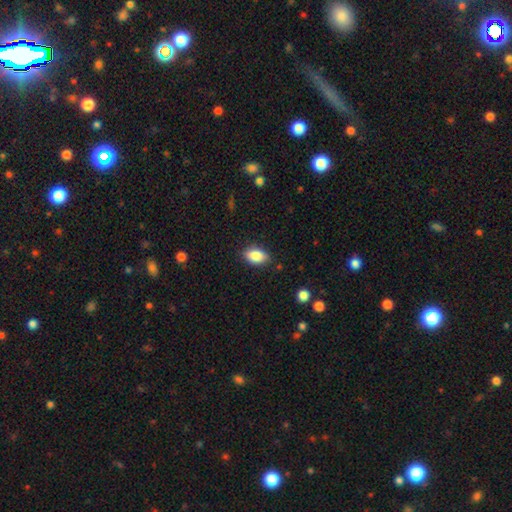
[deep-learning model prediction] Smooth or featured? Predicted: smooth (p=0.87). How rounded? Predicted: in between (p=0.89). Merging? Predicted: none (p=0.84).